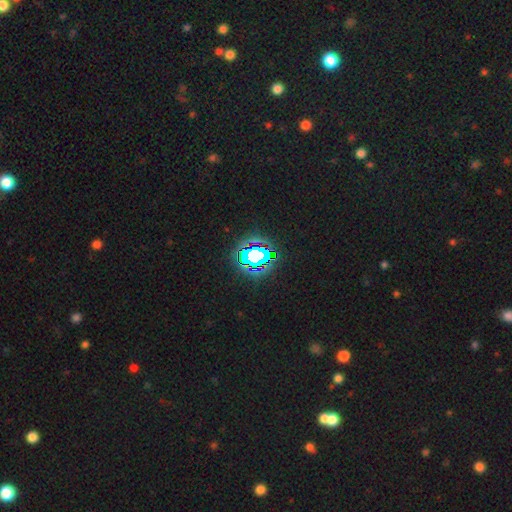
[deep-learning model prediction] Q: Smooth or featured?
A: star or artifact (63%); runner-up: smooth (21%)